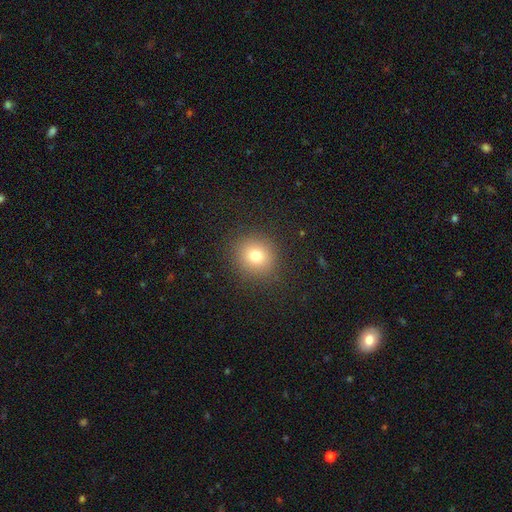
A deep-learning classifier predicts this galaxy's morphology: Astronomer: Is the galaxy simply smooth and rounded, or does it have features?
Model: smooth — 78%.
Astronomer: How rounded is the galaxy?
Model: round — 84%.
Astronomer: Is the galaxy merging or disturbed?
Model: none — 88%.